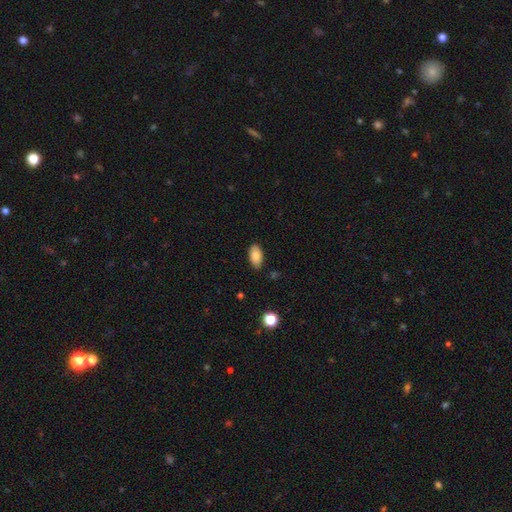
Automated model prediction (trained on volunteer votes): smooth_or_featured: smooth (p=0.82) [alt: featured or disk p=0.11]
how_rounded: in between (p=0.93) [alt: round p=0.03]
merging: none (p=0.87) [alt: minor disturbance p=0.10]